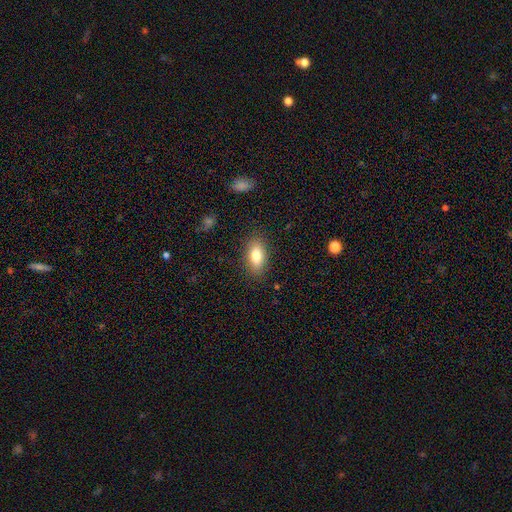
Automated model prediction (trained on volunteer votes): A smooth galaxy with no disk features (80%) that is in between round and cigar-shaped (87%). Merging: none (85%).